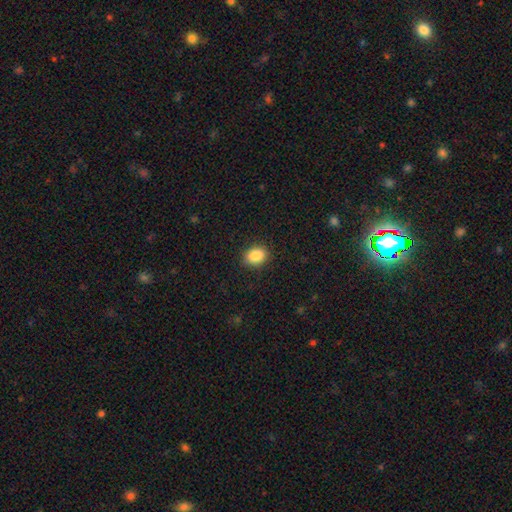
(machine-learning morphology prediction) A smooth galaxy with no disk features (87%) that is in between round and cigar-shaped (53%).

Vote fractions:
- Smooth or featured? smooth: 87% / star or artifact: 9% / featured or disk: 4%
- How rounded? in between: 53% / round: 46% / cigar-shaped: 1%
- Merging? none: 88% / minor disturbance: 9% / major disturbance: 2% / merger: 1%